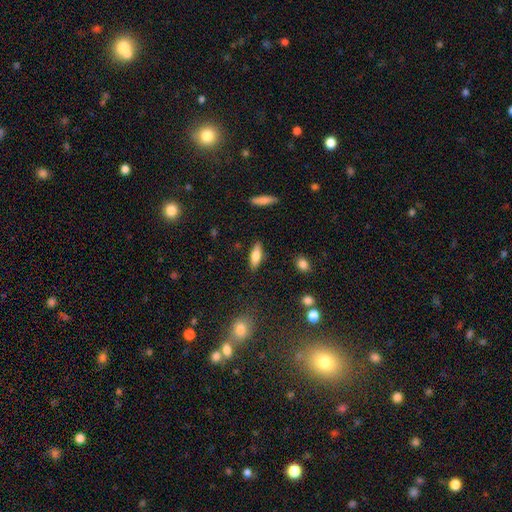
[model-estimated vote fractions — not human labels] A smooth galaxy with no disk features (70%) that is in between round and cigar-shaped (53%). Merging: none (86%).